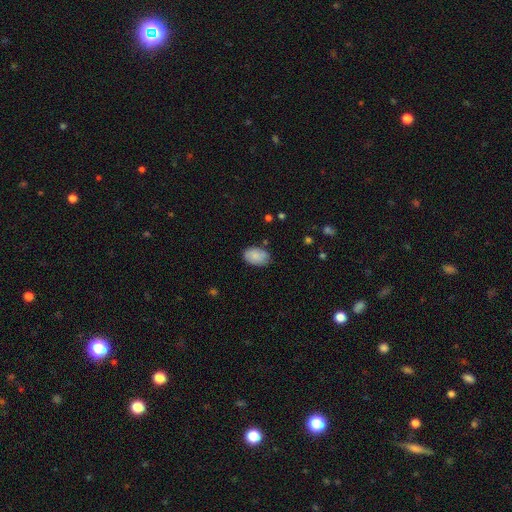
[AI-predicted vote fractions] The model was most divided on "merging": none: 77%, minor disturbance: 17%, major disturbance: 3%, merger: 2%. More confident: how rounded — in between (90%); smooth or featured — smooth (84%).